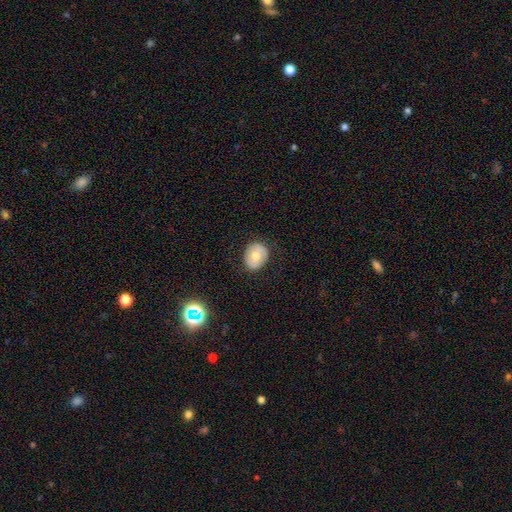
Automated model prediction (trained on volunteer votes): Morphology: type=smooth (64%); roundness=round (56%); merging=none (83%).